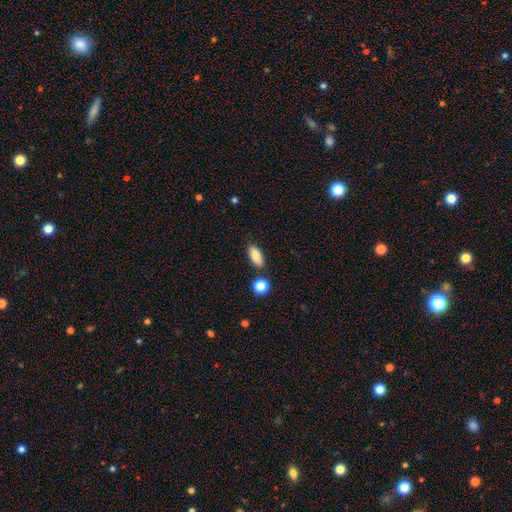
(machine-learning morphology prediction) A smooth galaxy with no disk features (85%) that is in between round and cigar-shaped (83%). Merging: none (81%).